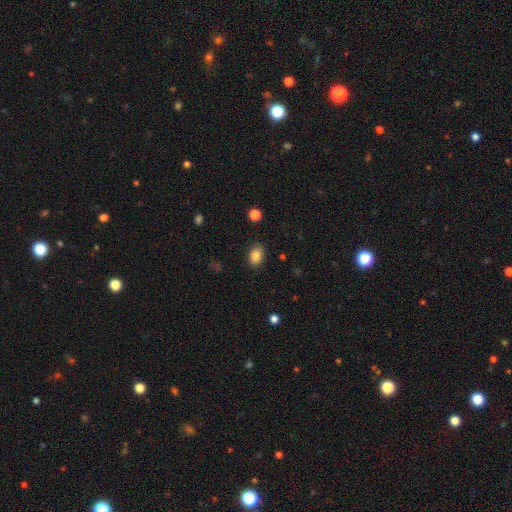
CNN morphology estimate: This appears to be a smooth galaxy with no disk features (86%) that is in between round and cigar-shaped (80%). Merging: none (85%).